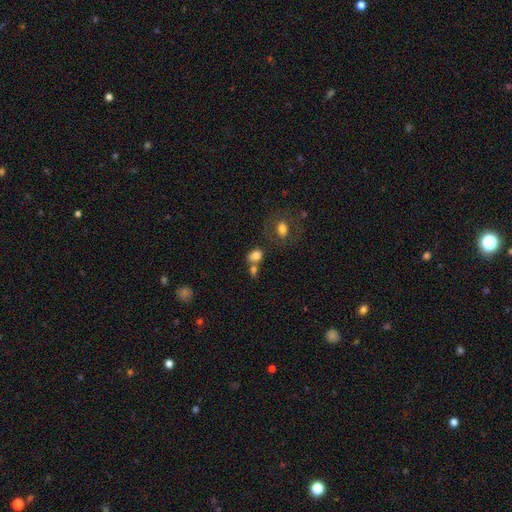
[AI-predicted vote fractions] This appears to be a smooth galaxy with no disk features (79%) that is in between round and cigar-shaped (64%). Merging: merger (44%).